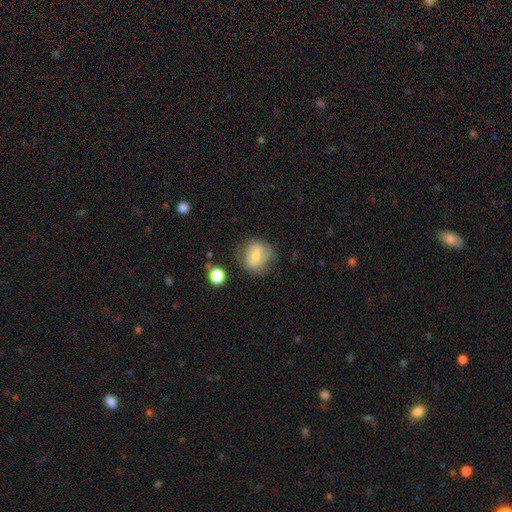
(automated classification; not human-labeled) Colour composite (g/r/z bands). It shows a smooth galaxy with no disk features (55%) that is round (70%). Merging: none (57%).